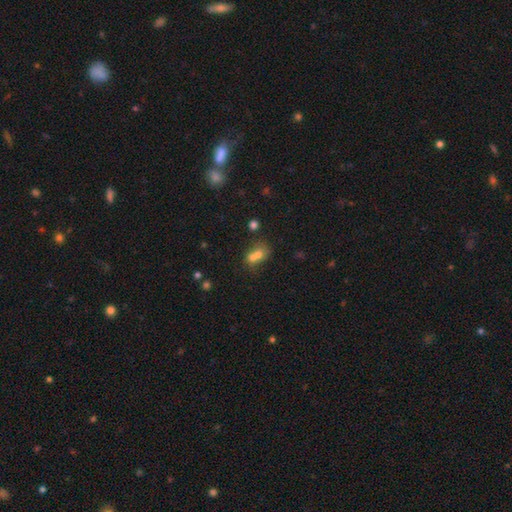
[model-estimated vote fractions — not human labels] smooth-or-featured: smooth: 68% | featured or disk: 18% | star or artifact: 14%
  how-rounded: round: 51% | in between: 48% | cigar-shaped: 2%
  merging: merger: 66% | none: 22% | minor disturbance: 7% | major disturbance: 4%